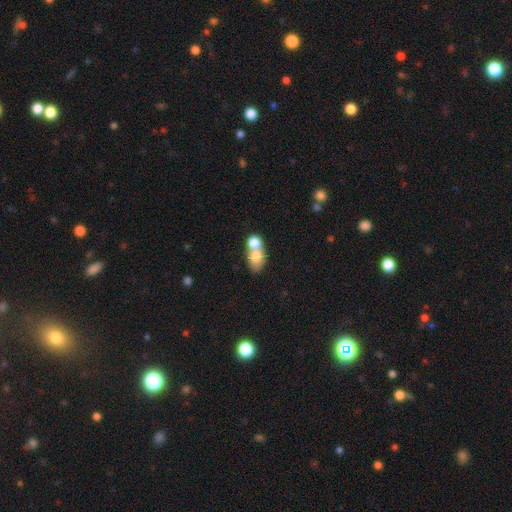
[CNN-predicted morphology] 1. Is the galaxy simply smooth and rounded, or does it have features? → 73% smooth, 19% featured or disk, 9% star or artifact.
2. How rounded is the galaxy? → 68% in between, 29% round, 2% cigar-shaped.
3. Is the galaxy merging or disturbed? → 62% merger, 25% none, 8% minor disturbance, 5% major disturbance.